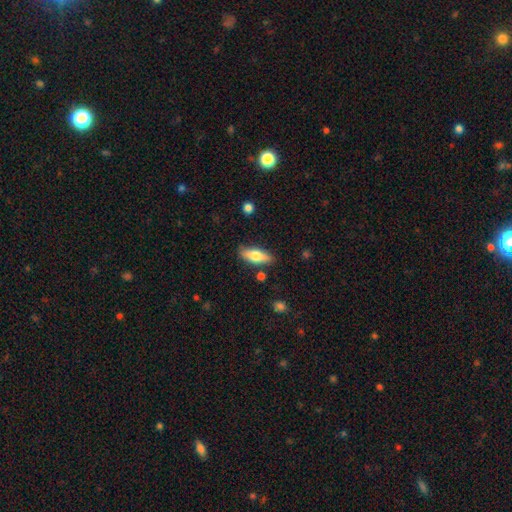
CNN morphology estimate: Smooth or featured? Predicted: smooth (p=0.69). How rounded? Predicted: in between (p=0.68). Merging? Predicted: none (p=0.80).